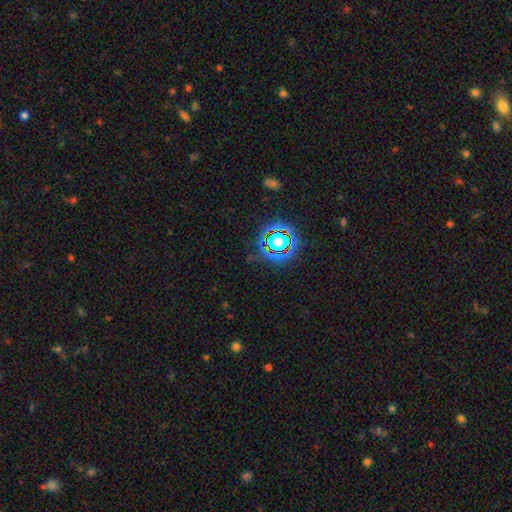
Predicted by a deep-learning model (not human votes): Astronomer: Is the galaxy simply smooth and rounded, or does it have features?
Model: star or artifact — 79%.